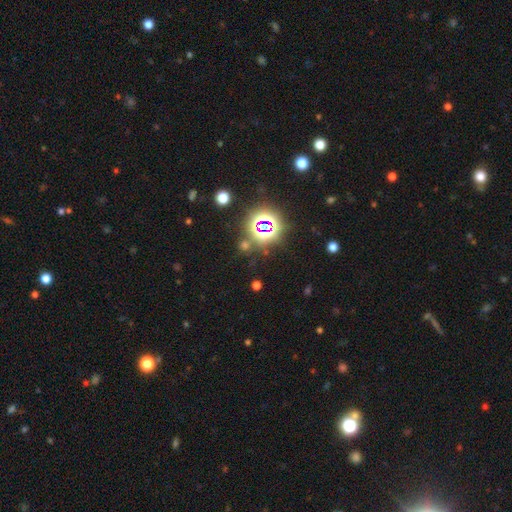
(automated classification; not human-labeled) The model was most divided on "smooth or featured": star or artifact: 77%, smooth: 16%, featured or disk: 7%.